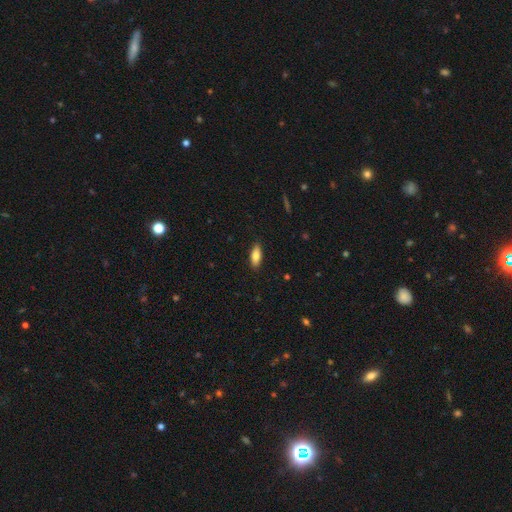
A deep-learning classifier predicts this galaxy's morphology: A smooth galaxy with no disk features (84%) that is in between round and cigar-shaped (75%). Merging: none (88%).